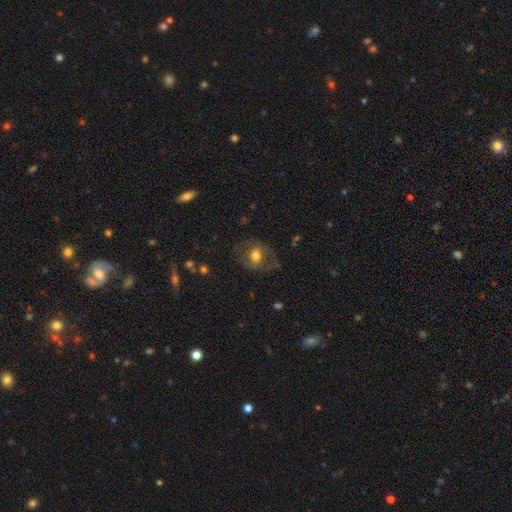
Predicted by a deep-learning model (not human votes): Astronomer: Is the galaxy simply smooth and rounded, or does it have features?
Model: smooth — 52% (runner-up: featured or disk, 39%).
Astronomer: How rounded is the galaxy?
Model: in between — 50% (runner-up: round, 49%).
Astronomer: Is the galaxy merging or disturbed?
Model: none — 69%.